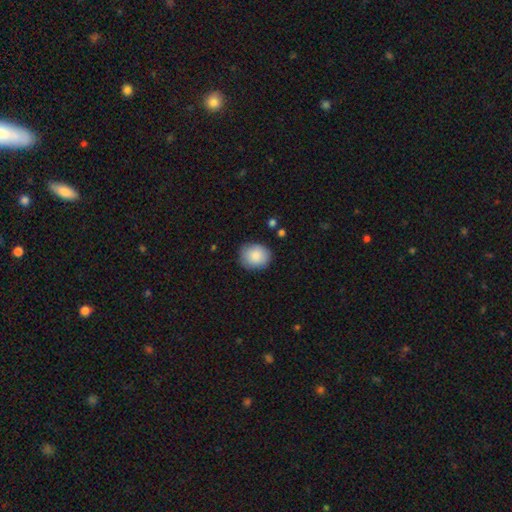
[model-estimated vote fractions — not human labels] A smooth galaxy with no disk features (87%) that is round (63%). Merging: none (82%).